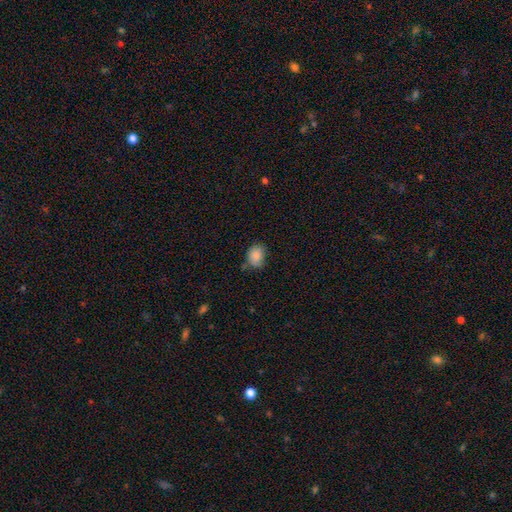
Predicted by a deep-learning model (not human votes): Smooth or featured? Predicted: smooth (p=0.87). How rounded? Predicted: in between (p=0.52). Merging? Predicted: none (p=0.66).